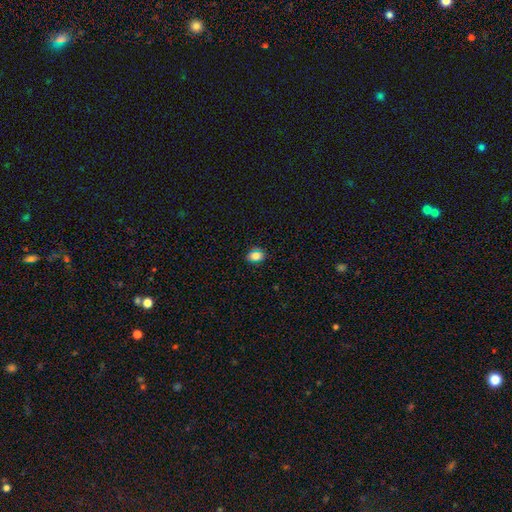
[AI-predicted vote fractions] This is likely a smooth galaxy (73%). How rounded: likely in between (61%). Merging: clearly none (86%).